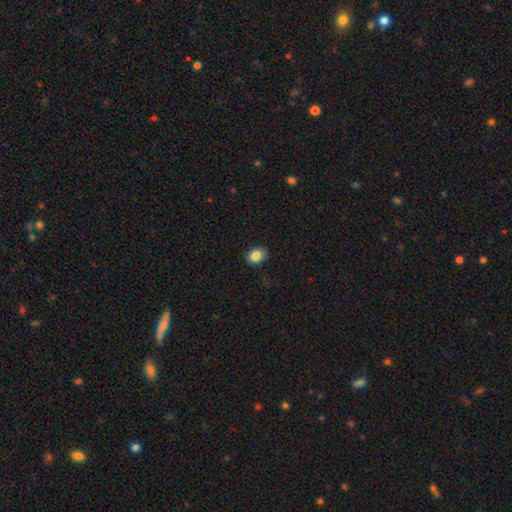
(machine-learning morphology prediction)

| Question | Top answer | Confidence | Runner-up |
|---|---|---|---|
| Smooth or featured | smooth | 85% | star or artifact (9%) |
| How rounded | in between | 57% | round (42%) |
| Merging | none | 86% | minor disturbance (11%) |